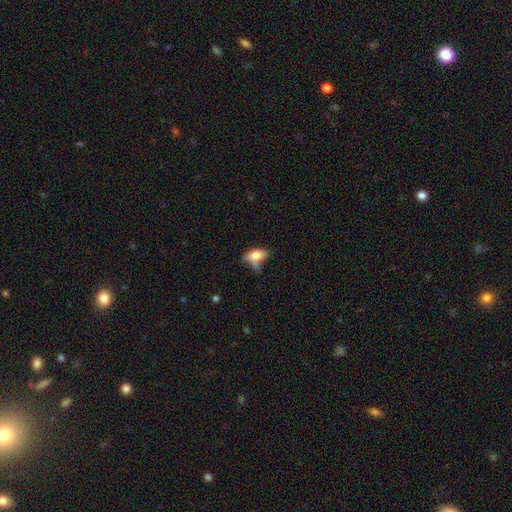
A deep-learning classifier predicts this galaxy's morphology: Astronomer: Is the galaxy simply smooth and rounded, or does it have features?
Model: smooth — 74%.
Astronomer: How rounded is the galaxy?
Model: in between — 86%.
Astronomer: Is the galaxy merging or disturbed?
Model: none — 35% (runner-up: minor disturbance, 30%).